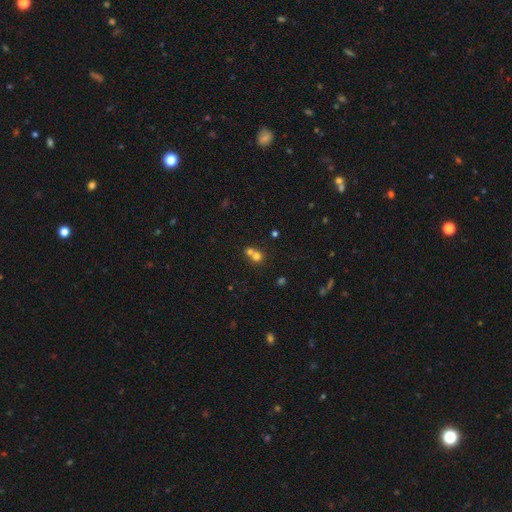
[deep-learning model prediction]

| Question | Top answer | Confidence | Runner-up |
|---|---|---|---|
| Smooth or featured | smooth | 71% | star or artifact (16%) |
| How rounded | round | 84% | in between (15%) |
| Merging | merger | 58% | none (34%) |